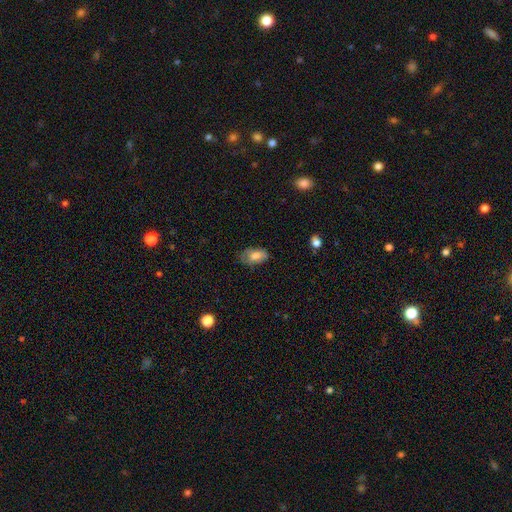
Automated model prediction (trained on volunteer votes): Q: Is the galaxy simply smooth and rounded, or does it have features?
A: smooth — 69%.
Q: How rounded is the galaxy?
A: in between — 91%.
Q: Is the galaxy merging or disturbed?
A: none — 62%.